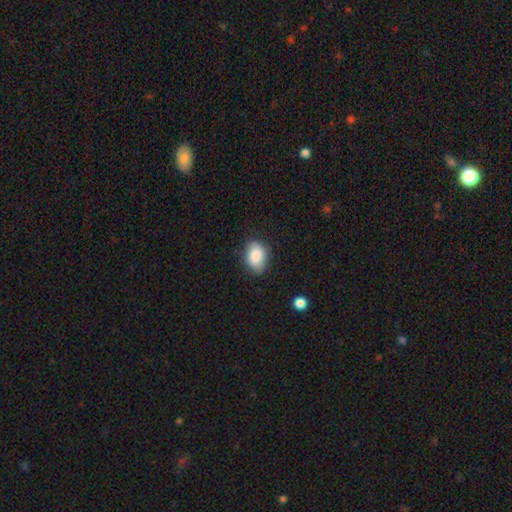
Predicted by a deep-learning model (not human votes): Overall: smooth (86%). How rounded: in between (78%). Merging: none (78%).